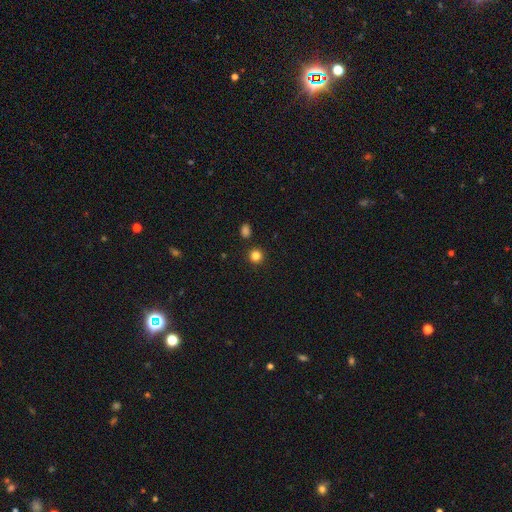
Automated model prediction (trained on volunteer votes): smooth_or_featured: smooth (p=0.83) [alt: star or artifact p=0.13]
how_rounded: round (p=0.93) [alt: in between p=0.06]
merging: none (p=0.89) [alt: minor disturbance p=0.05]